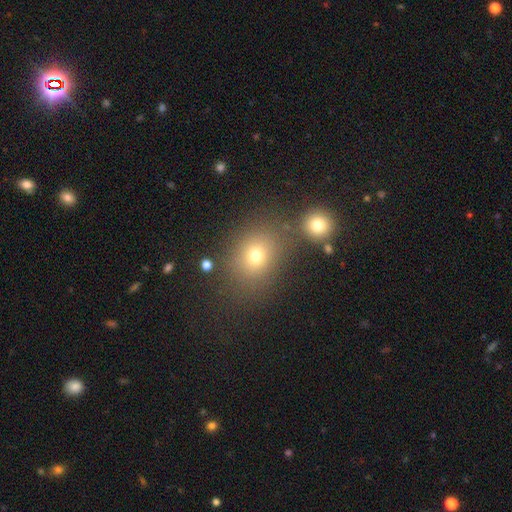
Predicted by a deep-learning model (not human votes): Overall: smooth (72%). How rounded: round (52%; in between 47%). Merging: none (72%).